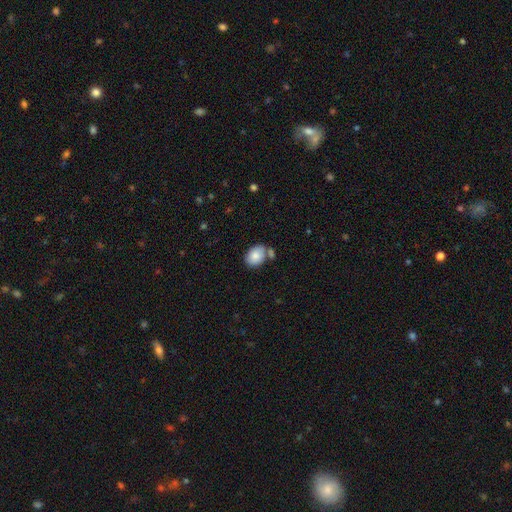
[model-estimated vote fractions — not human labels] Smooth or featured: smooth — 83% (featured or disk — 9%)
How rounded: in between — 73% (round — 26%)
Merging: none — 58% (merger — 21%)